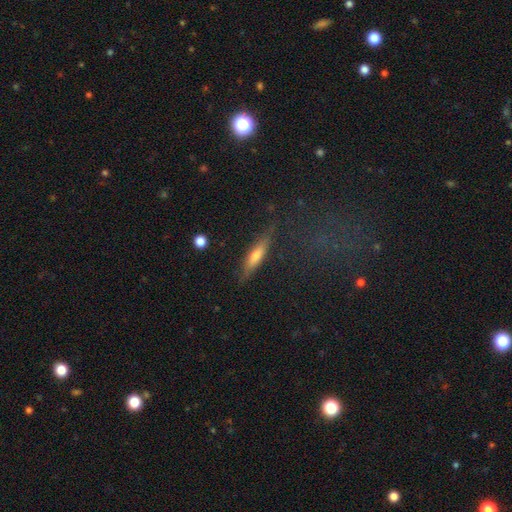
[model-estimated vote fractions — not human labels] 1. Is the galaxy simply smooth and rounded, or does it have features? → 58% smooth, 34% featured or disk, 8% star or artifact.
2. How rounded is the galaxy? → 77% cigar-shaped, 20% in between, 2% round.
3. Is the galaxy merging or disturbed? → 80% none, 15% minor disturbance, 4% major disturbance, 2% merger.